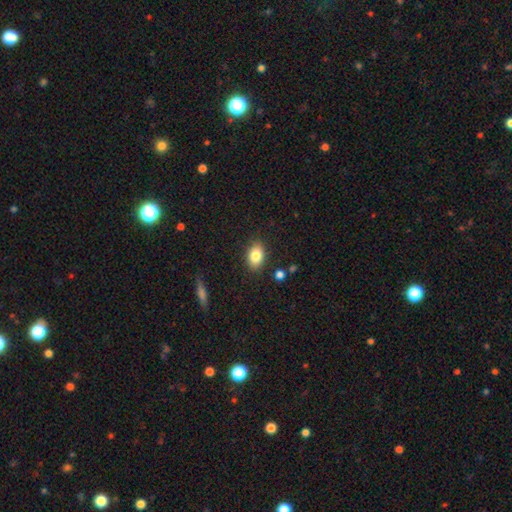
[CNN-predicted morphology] This appears to be a smooth galaxy with no disk features (83%) that is in between round and cigar-shaped (84%). Merging: none (87%).